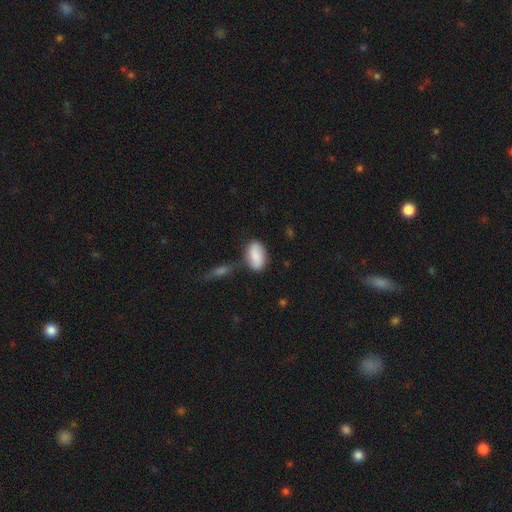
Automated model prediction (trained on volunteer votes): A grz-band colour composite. It shows a smooth galaxy with no disk features (79%) that is in between round and cigar-shaped (91%). Merging: none (59%).